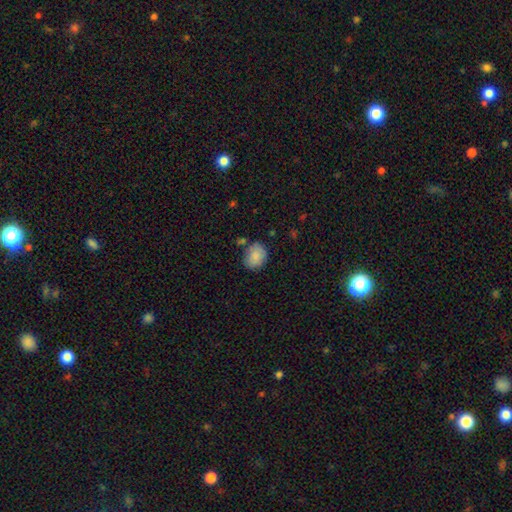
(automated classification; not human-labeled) Overall: smooth (86%). How rounded: in between (50%; round 49%). Merging: none (69%).